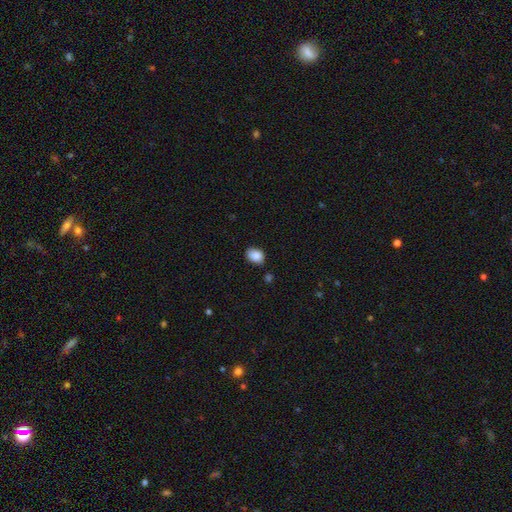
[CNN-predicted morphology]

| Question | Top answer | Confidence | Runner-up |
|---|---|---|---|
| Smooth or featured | smooth | 88% | star or artifact (8%) |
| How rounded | in between | 71% | round (28%) |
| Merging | none | 77% | minor disturbance (16%) |